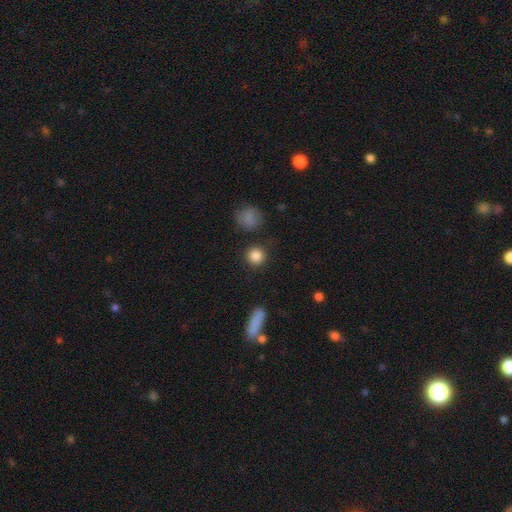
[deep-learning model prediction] Smooth or featured? Predicted: smooth (p=0.86). How rounded? Predicted: round (p=0.92). Merging? Predicted: none (p=0.88).